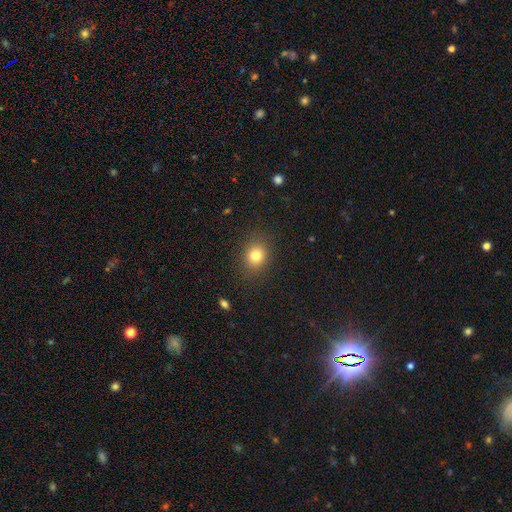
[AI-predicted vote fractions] smooth 80%, star or artifact 12%, featured or disk 7%. Down the decision tree: how rounded — round (67%); merging — none (87%).